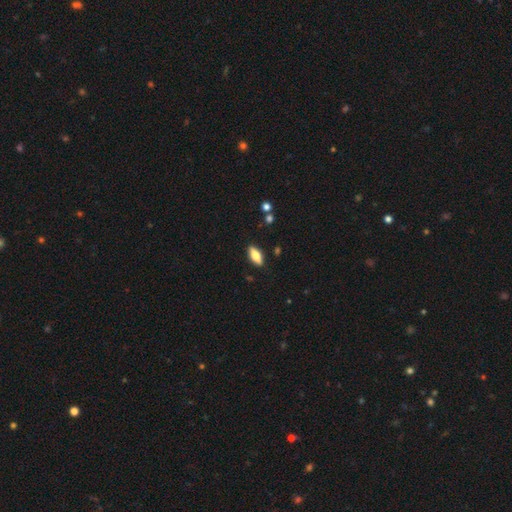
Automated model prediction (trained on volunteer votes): Smooth or featured: smooth — 66% (featured or disk — 27%)
How rounded: in between — 77% (cigar-shaped — 20%)
Merging: none — 88% (minor disturbance — 9%)